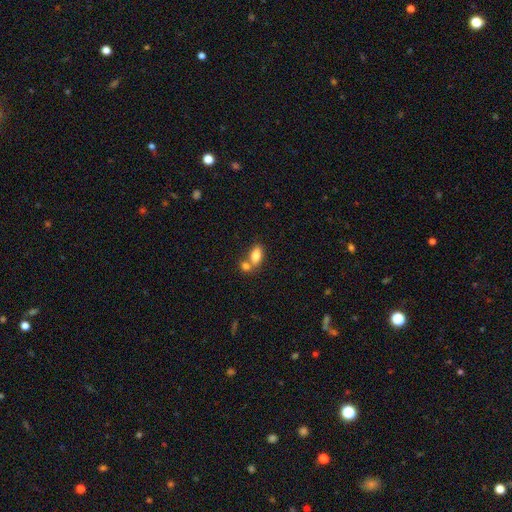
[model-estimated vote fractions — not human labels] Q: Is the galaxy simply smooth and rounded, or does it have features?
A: smooth — 82%.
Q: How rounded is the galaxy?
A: in between — 87%.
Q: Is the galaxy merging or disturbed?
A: merger — 43%, tied with none.